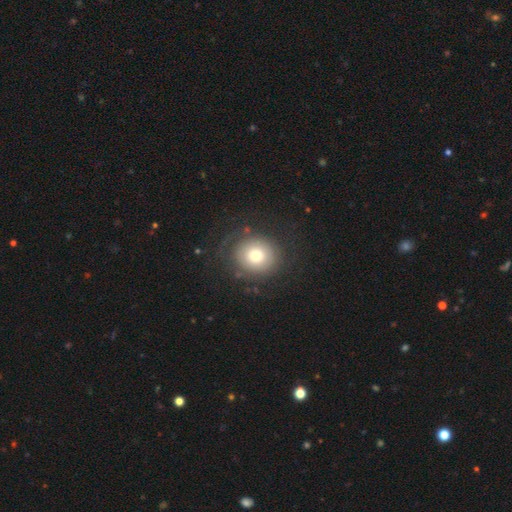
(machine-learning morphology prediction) Smooth or featured: smooth — 63% (featured or disk — 27%)
How rounded: round — 87% (in between — 12%)
Merging: none — 75% (minor disturbance — 13%)